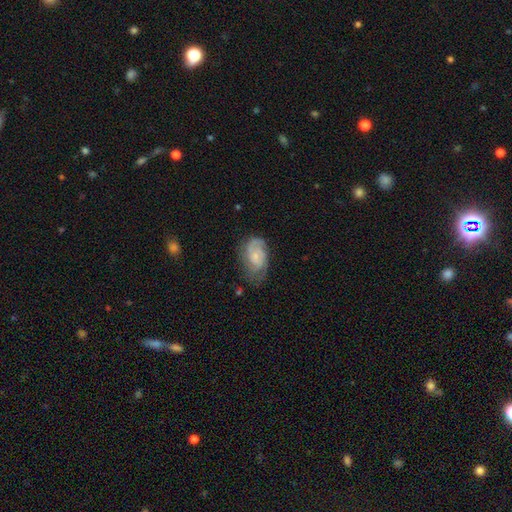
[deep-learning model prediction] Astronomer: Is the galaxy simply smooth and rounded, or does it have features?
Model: featured or disk — 71%.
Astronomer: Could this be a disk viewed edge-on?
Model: no — 97%.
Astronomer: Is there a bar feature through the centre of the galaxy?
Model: no — 66%.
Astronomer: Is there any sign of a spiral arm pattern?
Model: yes — 93%.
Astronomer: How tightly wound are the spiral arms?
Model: tight — 46% (runner-up: medium, 40%).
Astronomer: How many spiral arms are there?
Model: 2 — 49% (runner-up: can't tell, 24%).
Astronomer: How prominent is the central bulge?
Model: small — 65%.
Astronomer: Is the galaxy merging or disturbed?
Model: none — 58%.